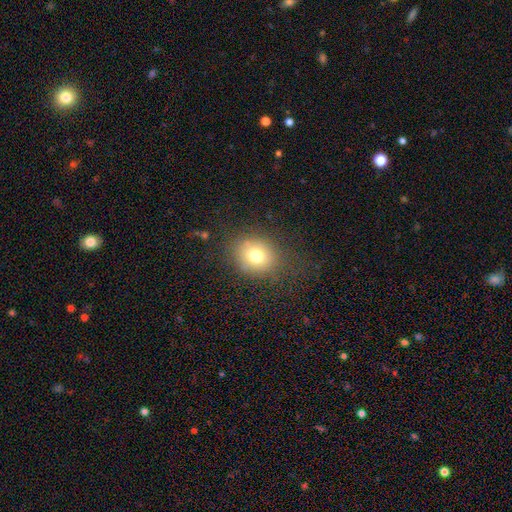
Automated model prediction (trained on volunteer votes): Morphology: type=smooth (74%); roundness=round (67%); merging=none (77%).